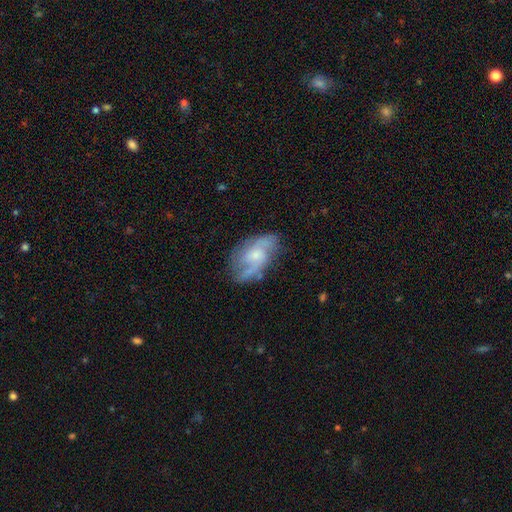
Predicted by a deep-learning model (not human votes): The model was most divided on "bulge size": small: 43%, moderate: 40%, none: 11%, large: 5%, dominant: 1%. Remaining: edge-on disk — no (96%); spiral arms — yes (89%); smooth or featured — featured or disk (73%); merging — none (62%); bar — no (59%); spiral arm count — 2 (56%); spiral winding — medium (45%).